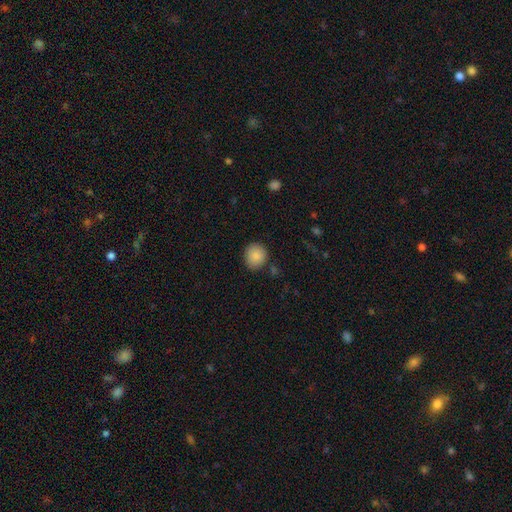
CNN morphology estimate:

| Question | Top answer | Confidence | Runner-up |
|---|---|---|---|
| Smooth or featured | smooth | 87% | star or artifact (8%) |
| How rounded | round | 86% | in between (13%) |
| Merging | none | 86% | minor disturbance (10%) |